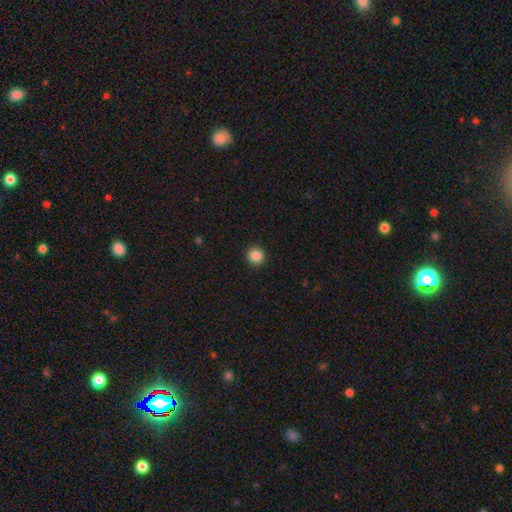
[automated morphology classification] Q: Smooth or featured?
A: smooth (87%); runner-up: star or artifact (10%)
Q: How rounded?
A: round (94%); runner-up: in between (5%)
Q: Merging?
A: none (93%); runner-up: minor disturbance (5%)